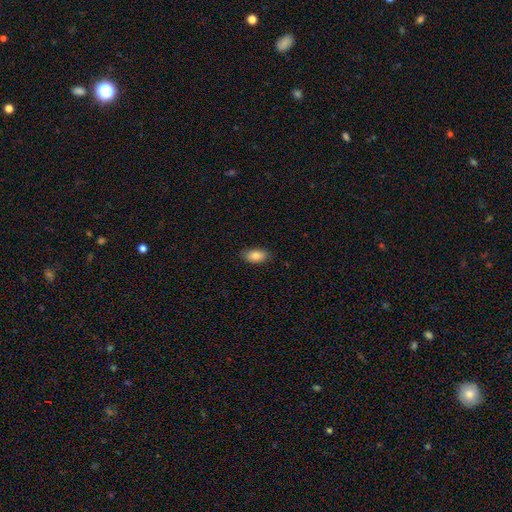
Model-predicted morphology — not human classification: This appears to be a smooth galaxy with no disk features (84%) that is in between round and cigar-shaped (92%). Merging: none (87%).